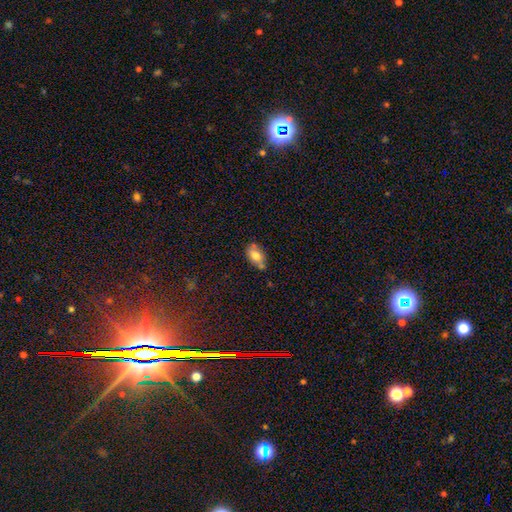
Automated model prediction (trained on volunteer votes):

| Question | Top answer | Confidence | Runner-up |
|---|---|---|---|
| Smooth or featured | smooth | 73% | featured or disk (19%) |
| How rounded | in between | 88% | round (7%) |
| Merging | none | 63% | minor disturbance (22%) |